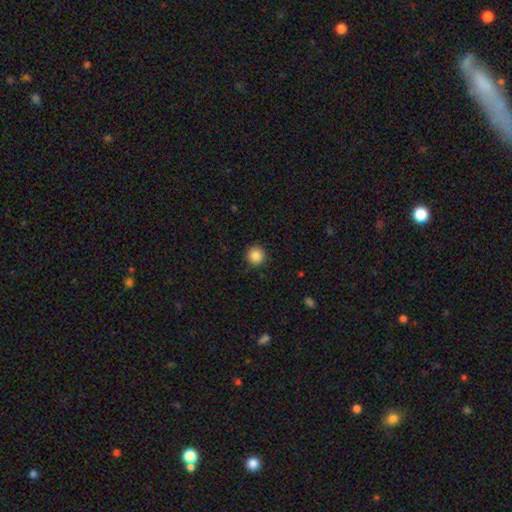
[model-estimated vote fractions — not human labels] smooth-or-featured: smooth: 88% | star or artifact: 9% | featured or disk: 3%
  how-rounded: round: 94% | in between: 5% | cigar-shaped: 1%
  merging: none: 91% | minor disturbance: 6% | major disturbance: 2% | merger: 1%